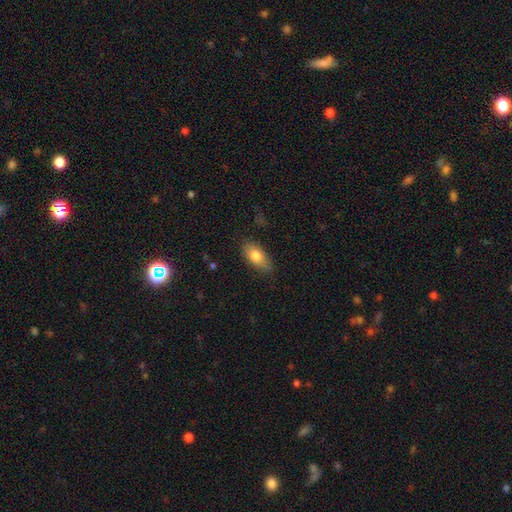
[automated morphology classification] Smooth or featured? Predicted: smooth (p=0.77). How rounded? Predicted: in between (p=0.86). Merging? Predicted: none (p=0.79).